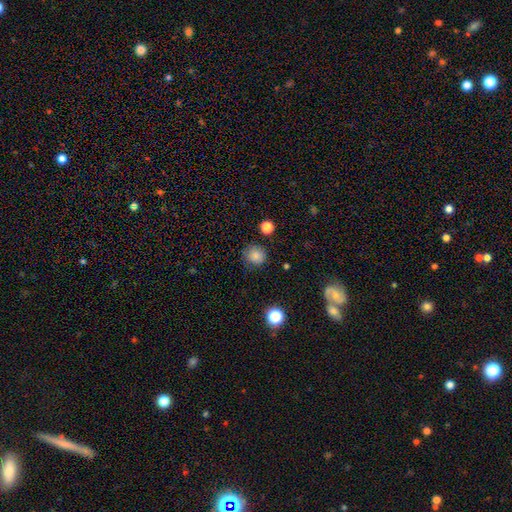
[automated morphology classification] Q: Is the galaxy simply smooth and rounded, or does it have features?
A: smooth — 84%.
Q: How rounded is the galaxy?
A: round — 91%.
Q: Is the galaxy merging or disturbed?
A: none — 83%.